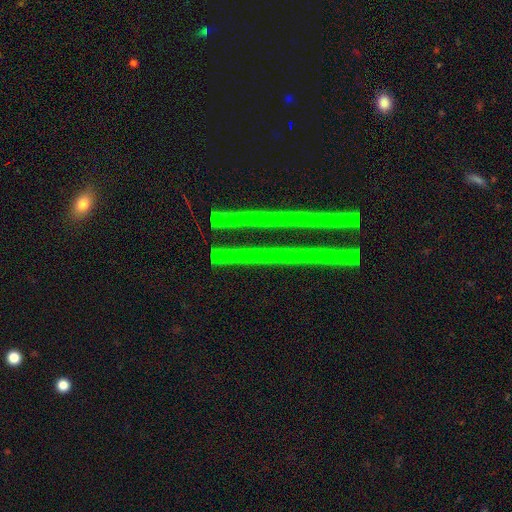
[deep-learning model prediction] star or artifact 45%, featured or disk 38%, smooth 17%.